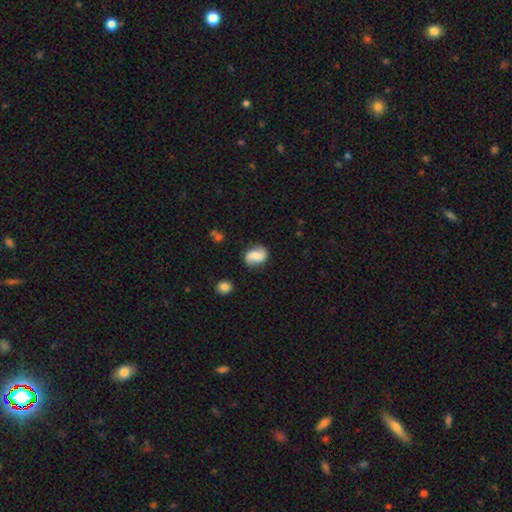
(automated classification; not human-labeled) A smooth galaxy with no disk features (52%) that is in between round and cigar-shaped (65%). Merging: none (76%).